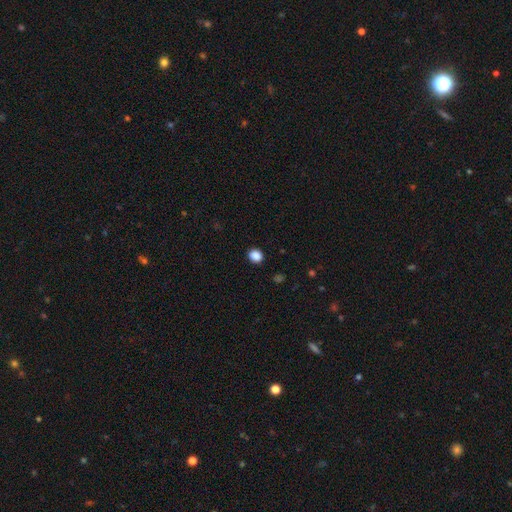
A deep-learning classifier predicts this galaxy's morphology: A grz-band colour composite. It shows a smooth galaxy with no disk features (87%) that is round (68%). Merging: none (90%).